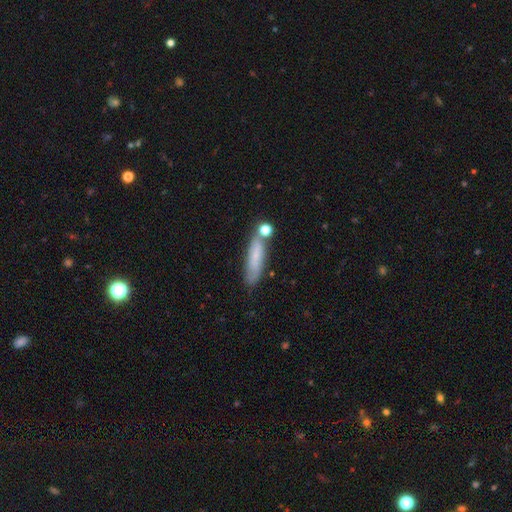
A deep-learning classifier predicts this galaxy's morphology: A smooth galaxy with no disk features (70%) that is cigar-shaped (70%). Merging: none (65%).